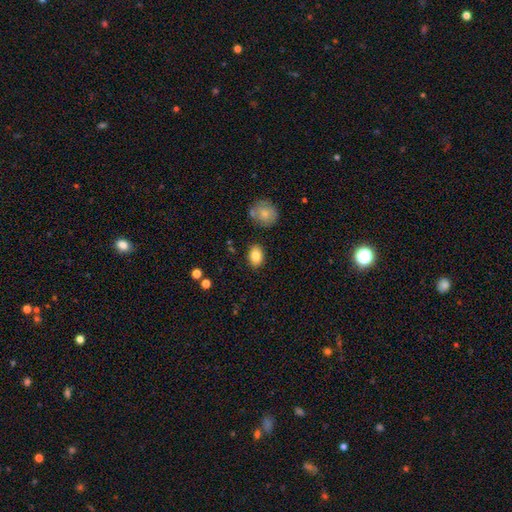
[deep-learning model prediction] A smooth galaxy with no disk features (84%) that is in between round and cigar-shaped (77%). Merging: none (85%).